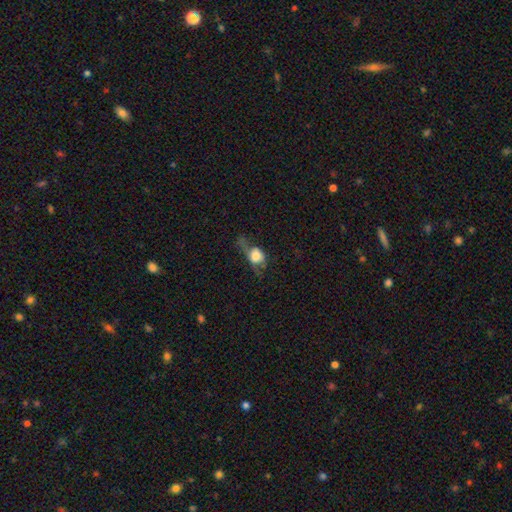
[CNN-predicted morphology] Overall: smooth (65%; featured or disk 26%). How rounded: round (51%; in between 45%). Merging: major disturbance (45%; none 26%).